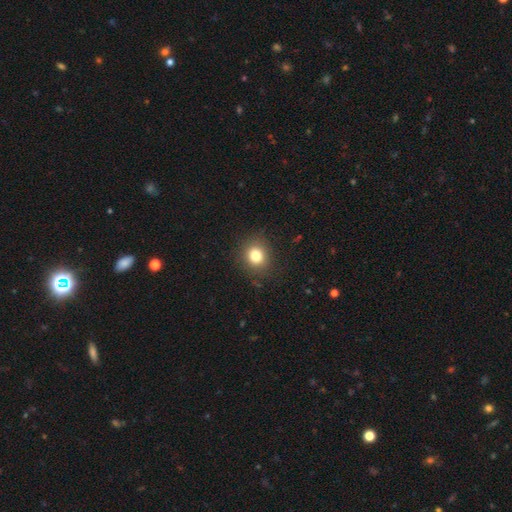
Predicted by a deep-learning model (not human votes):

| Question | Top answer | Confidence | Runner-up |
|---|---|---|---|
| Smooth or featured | smooth | 80% | star or artifact (13%) |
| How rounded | round | 80% | in between (19%) |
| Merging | none | 87% | minor disturbance (8%) |